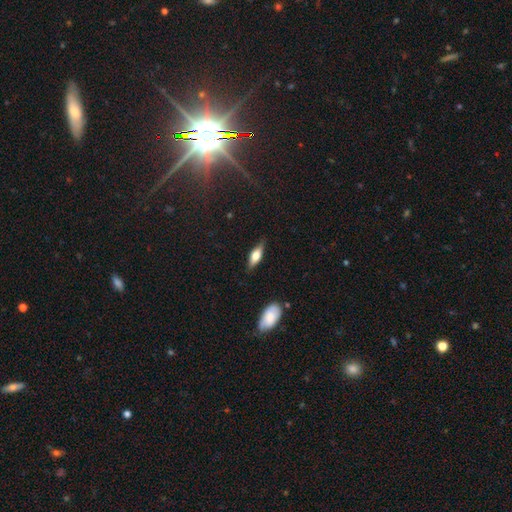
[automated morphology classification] This is possibly a smooth galaxy (54%). How rounded: likely in between (62%). Merging: clearly none (80%).